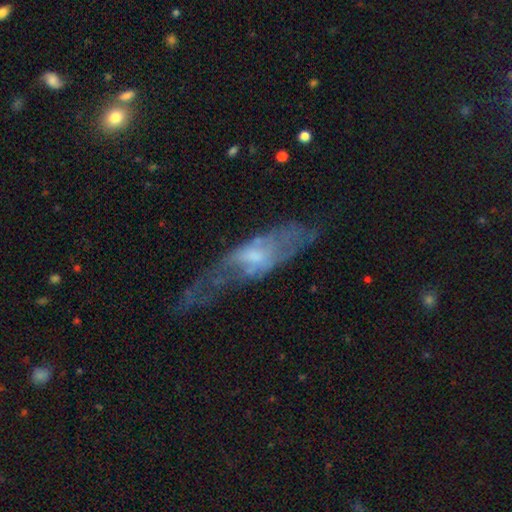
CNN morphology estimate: Smooth or featured: featured or disk — 61% (smooth — 31%)
Edge-on disk: no — 69% (yes — 31%)
Merging: none — 36% (major disturbance — 35%)